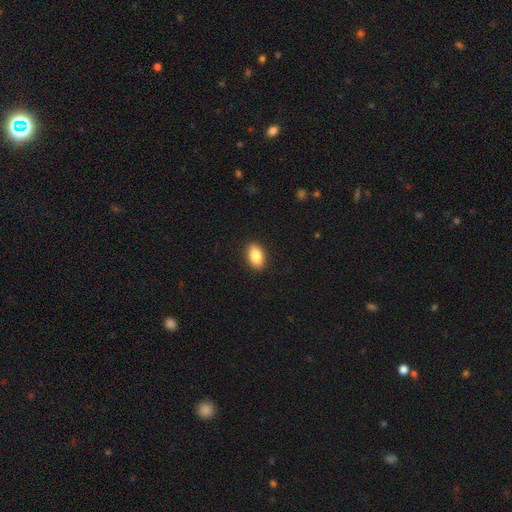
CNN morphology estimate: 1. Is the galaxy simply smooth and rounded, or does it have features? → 86% smooth, 7% star or artifact, 6% featured or disk.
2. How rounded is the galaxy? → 91% in between, 7% round, 2% cigar-shaped.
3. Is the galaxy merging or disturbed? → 90% none, 7% minor disturbance, 2% major disturbance, 1% merger.